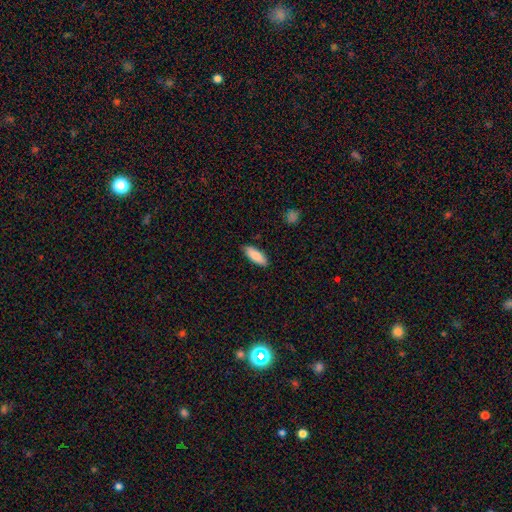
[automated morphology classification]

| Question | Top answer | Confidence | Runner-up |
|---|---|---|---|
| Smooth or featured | smooth | 85% | featured or disk (9%) |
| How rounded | in between | 70% | cigar-shaped (29%) |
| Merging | none | 87% | minor disturbance (10%) |